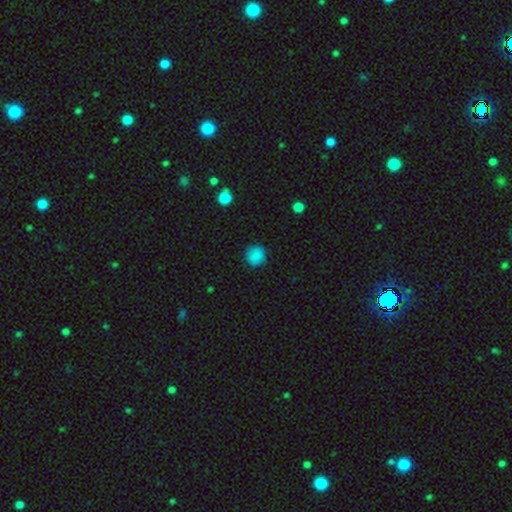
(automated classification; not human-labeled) A smooth galaxy with no disk features (87%) that is round (91%).

Vote fractions:
- Smooth or featured? smooth: 87% / star or artifact: 10% / featured or disk: 3%
- How rounded? round: 91% / in between: 8% / cigar-shaped: 1%
- Merging? none: 89% / minor disturbance: 8% / major disturbance: 2% / merger: 1%